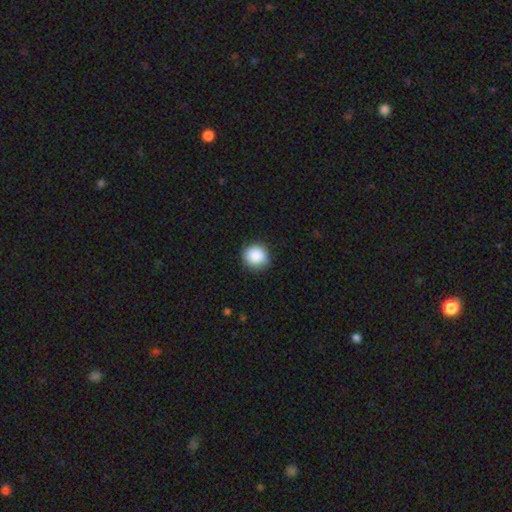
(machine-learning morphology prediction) Smooth or featured? Predicted: smooth (p=0.89). How rounded? Predicted: round (p=0.90). Merging? Predicted: none (p=0.89).